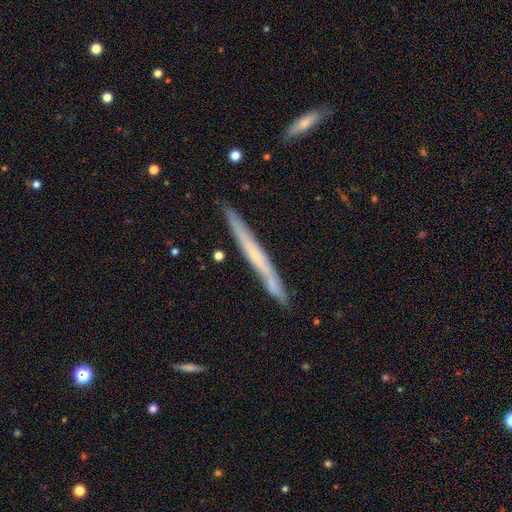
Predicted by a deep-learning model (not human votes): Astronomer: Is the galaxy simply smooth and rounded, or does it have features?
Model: featured or disk — 57% (runner-up: smooth, 36%).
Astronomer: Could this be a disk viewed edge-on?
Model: yes — 94%.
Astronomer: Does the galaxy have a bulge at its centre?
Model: none — 78%.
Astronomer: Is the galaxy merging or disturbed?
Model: none — 85%.